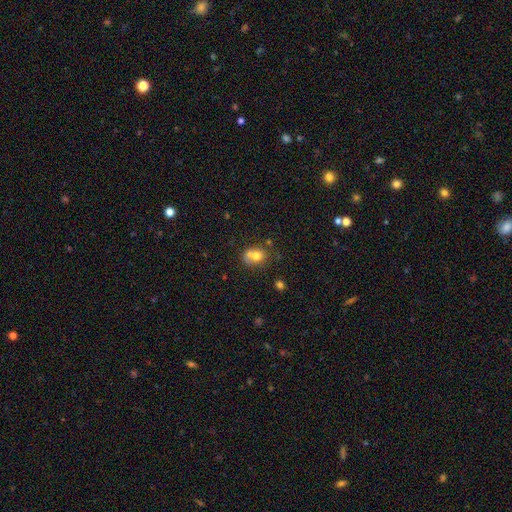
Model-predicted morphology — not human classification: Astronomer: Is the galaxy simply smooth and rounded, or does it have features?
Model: smooth — 69%.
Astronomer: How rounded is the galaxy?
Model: round — 55% (runner-up: in between, 44%).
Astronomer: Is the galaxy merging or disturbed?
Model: merger — 45% (runner-up: none, 33%).